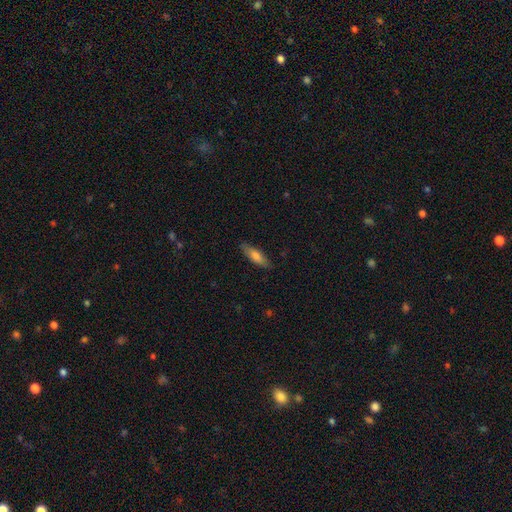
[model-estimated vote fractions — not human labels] Morphology: type=smooth (71%); roundness=cigar-shaped (56%); merging=none (83%).